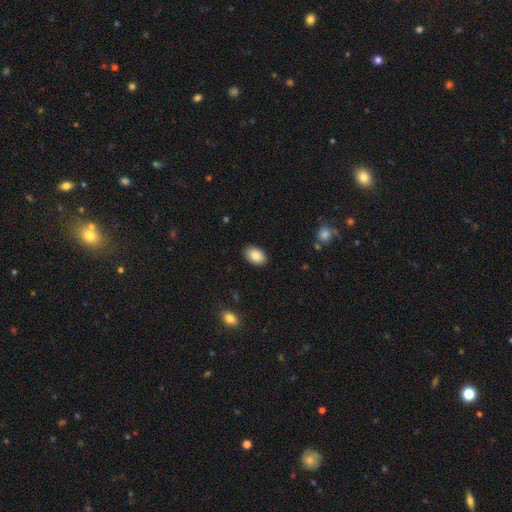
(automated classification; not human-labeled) A smooth galaxy with no disk features (86%) that is in between round and cigar-shaped (87%). Merging: none (89%).